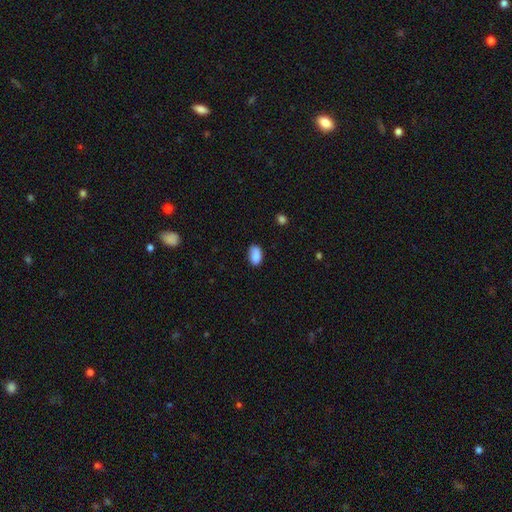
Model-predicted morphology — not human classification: Overall: smooth (86%). How rounded: in between (91%). Merging: none (71%).